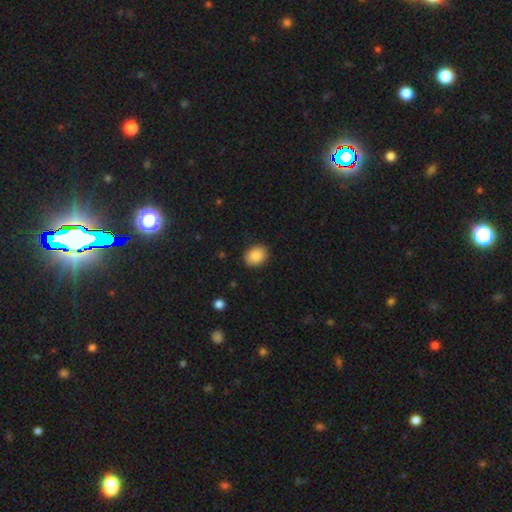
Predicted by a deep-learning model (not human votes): Morphology: type=smooth (88%); roundness=in between (60%); merging=none (88%).